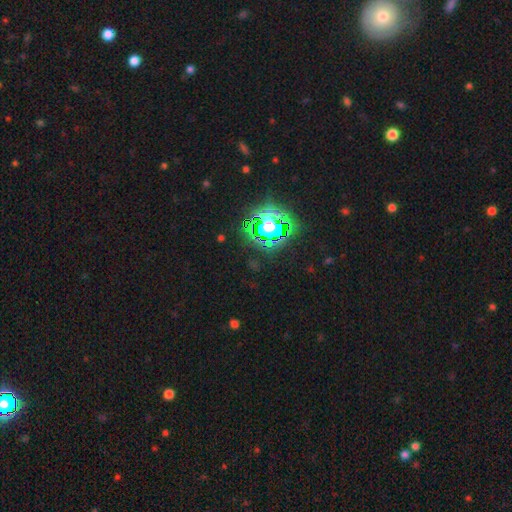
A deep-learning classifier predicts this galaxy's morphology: Smooth or featured: star or artifact — 82% (smooth — 11%)